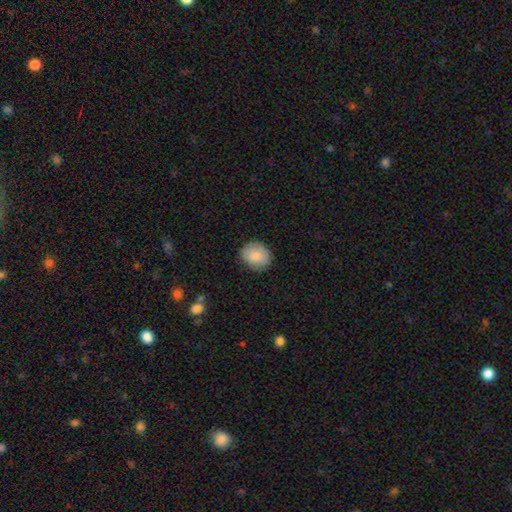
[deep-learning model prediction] smooth 83%, featured or disk 10%, star or artifact 7%. Down the decision tree: how rounded — round (69%); merging — none (85%).